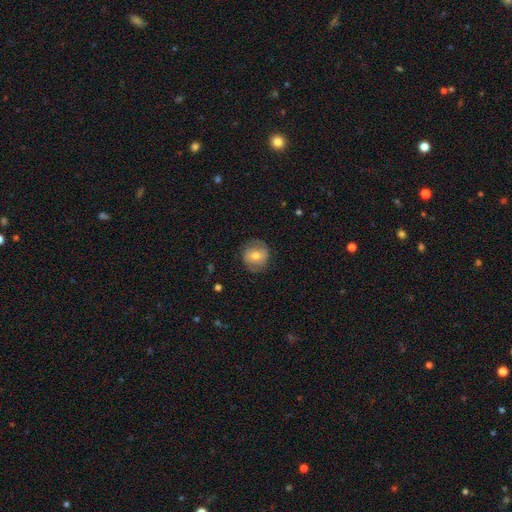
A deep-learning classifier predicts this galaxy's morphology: Smooth or featured? smooth (57%)
How rounded? round (85%)
Merging? none (79%)